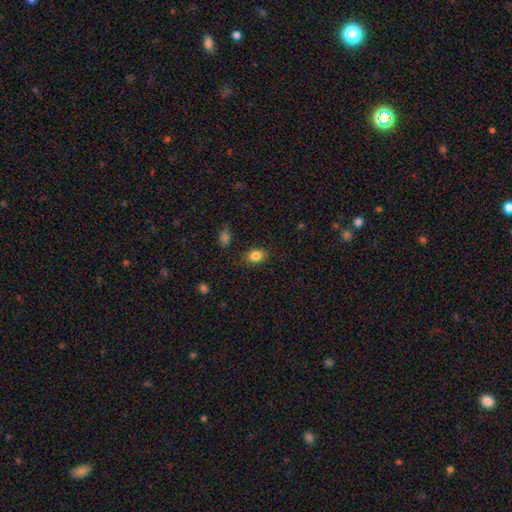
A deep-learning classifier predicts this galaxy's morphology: Smooth or featured?
  - smooth: 84% *
  - star or artifact: 10%
  - featured or disk: 6%
How rounded?
  - in between: 65% *
  - round: 34%
  - cigar-shaped: 1%
Merging?
  - none: 85% *
  - minor disturbance: 11%
  - major disturbance: 3%
  - merger: 1%